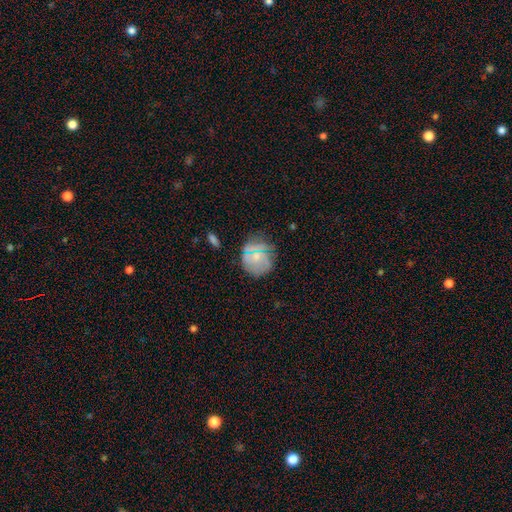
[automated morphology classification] smooth 61%, featured or disk 25%, star or artifact 14%. Down the decision tree: how rounded — round (86%); merging — none (68%).